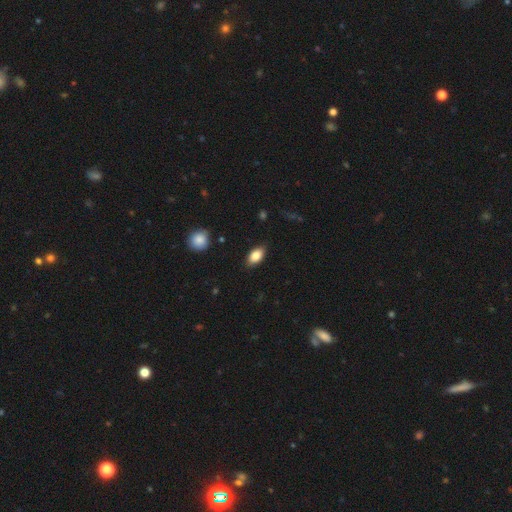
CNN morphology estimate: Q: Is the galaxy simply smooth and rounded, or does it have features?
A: smooth — 86%.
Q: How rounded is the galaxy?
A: in between — 91%.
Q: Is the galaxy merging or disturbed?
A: none — 85%.